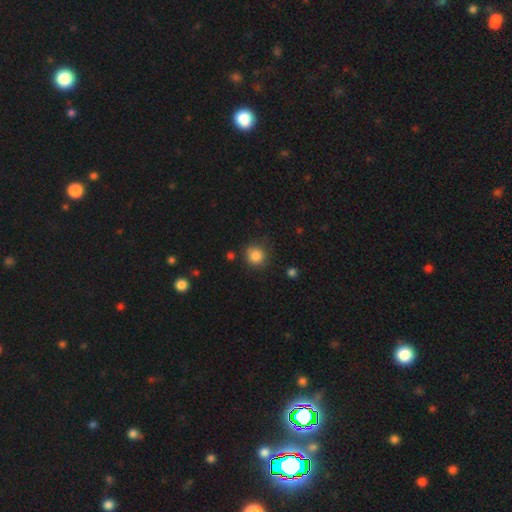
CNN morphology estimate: Smooth or featured?
  - smooth: 85% *
  - star or artifact: 11%
  - featured or disk: 4%
How rounded?
  - round: 90% *
  - in between: 9%
  - cigar-shaped: 1%
Merging?
  - none: 81% *
  - minor disturbance: 13%
  - major disturbance: 4%
  - merger: 2%